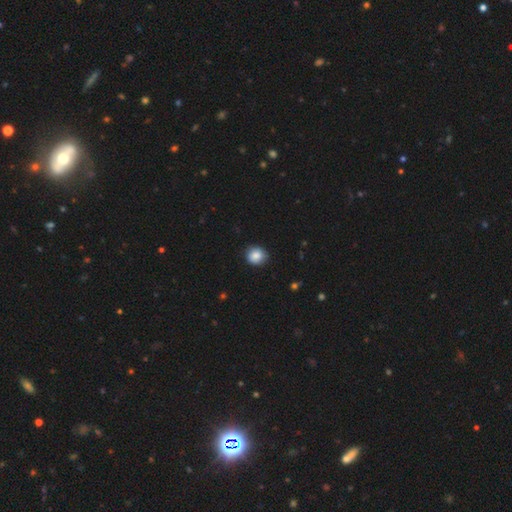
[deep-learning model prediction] Overall: smooth (85%). How rounded: round (85%). Merging: none (85%).